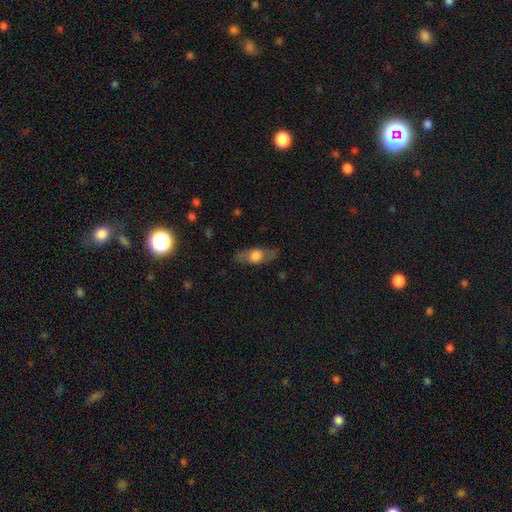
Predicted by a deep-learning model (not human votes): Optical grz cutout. It shows a smooth galaxy with no disk features (49%). Merging: none (79%).